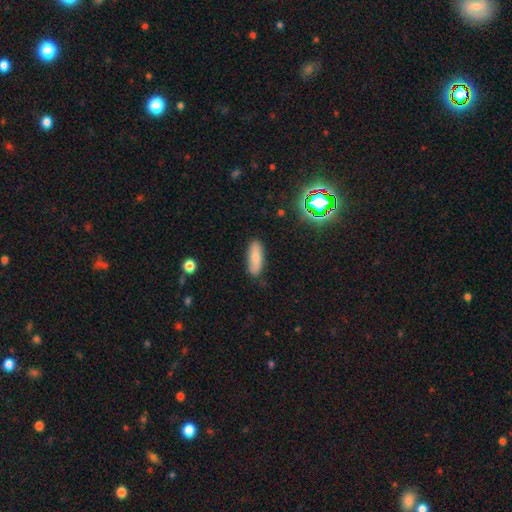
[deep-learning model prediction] This is likely a smooth galaxy (74%). How rounded: possibly in between (60%). Merging: clearly none (83%).